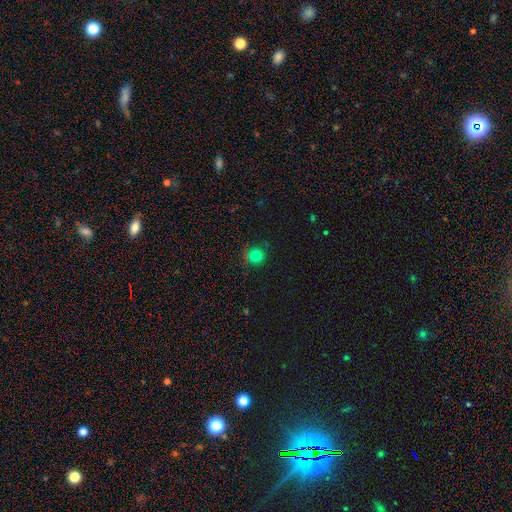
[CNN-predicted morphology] smooth 80%, star or artifact 15%, featured or disk 6%. Down the decision tree: how rounded — round (92%); merging — none (74%).